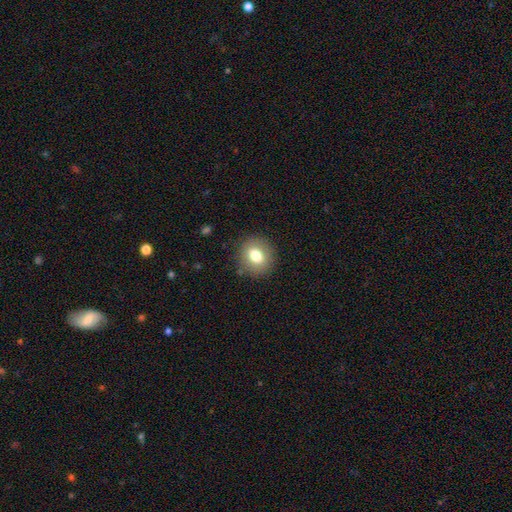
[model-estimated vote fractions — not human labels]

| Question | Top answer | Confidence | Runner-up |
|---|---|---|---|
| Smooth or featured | smooth | 76% | featured or disk (14%) |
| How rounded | round | 75% | in between (24%) |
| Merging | none | 87% | minor disturbance (9%) |